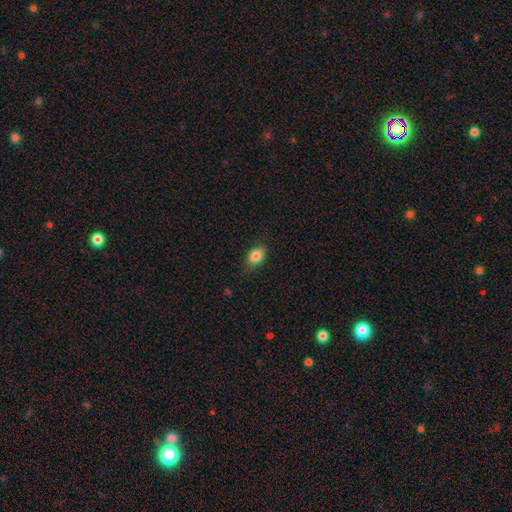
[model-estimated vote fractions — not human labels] smooth-or-featured: smooth: 84% | star or artifact: 9% | featured or disk: 7%
  how-rounded: in between: 77% | round: 21% | cigar-shaped: 2%
  merging: none: 80% | minor disturbance: 16% | major disturbance: 3% | merger: 1%